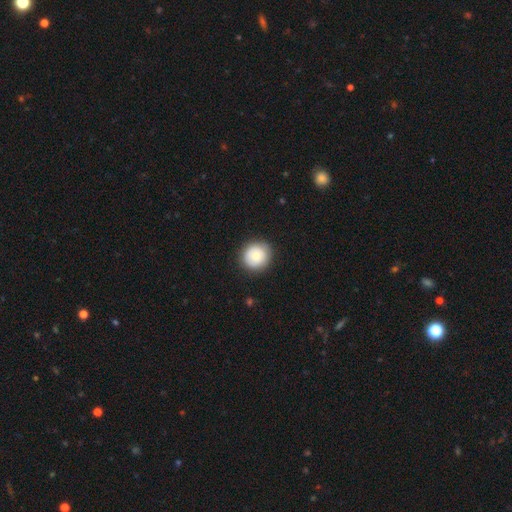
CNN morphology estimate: Smooth or featured?
  - smooth: 80% *
  - featured or disk: 13%
  - star or artifact: 8%
How rounded?
  - round: 90% *
  - in between: 9%
  - cigar-shaped: 1%
Merging?
  - none: 89% *
  - minor disturbance: 8%
  - major disturbance: 2%
  - merger: 1%